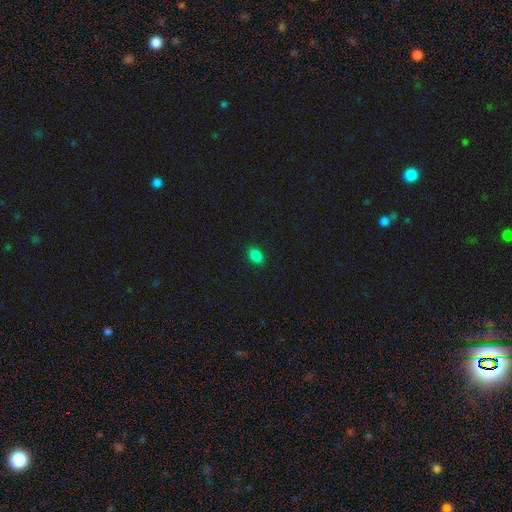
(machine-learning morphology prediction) This appears to be a smooth galaxy with no disk features (84%) that is in between round and cigar-shaped (76%). Merging: none (88%).